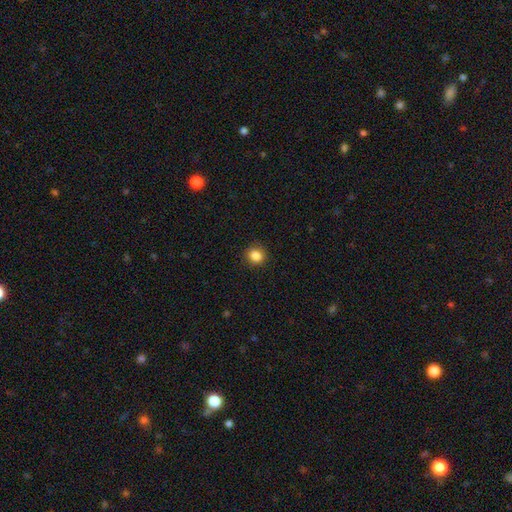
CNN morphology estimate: The model was most divided on "smooth or featured": smooth: 86%, star or artifact: 10%, featured or disk: 4%. More confident: merging — none (90%); how rounded — round (88%).